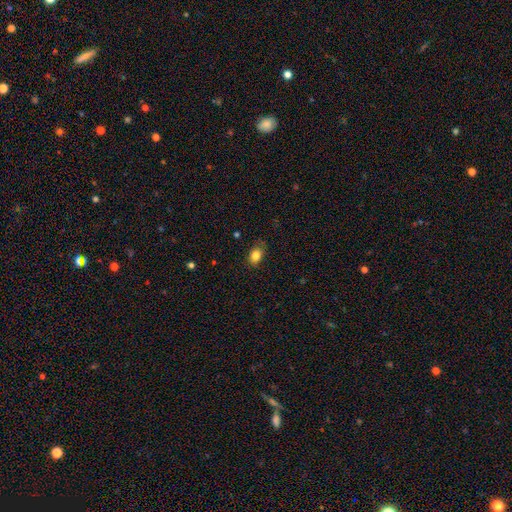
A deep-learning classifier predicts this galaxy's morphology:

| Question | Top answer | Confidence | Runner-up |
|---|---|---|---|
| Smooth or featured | smooth | 83% | star or artifact (10%) |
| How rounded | in between | 72% | round (27%) |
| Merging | none | 75% | minor disturbance (19%) |